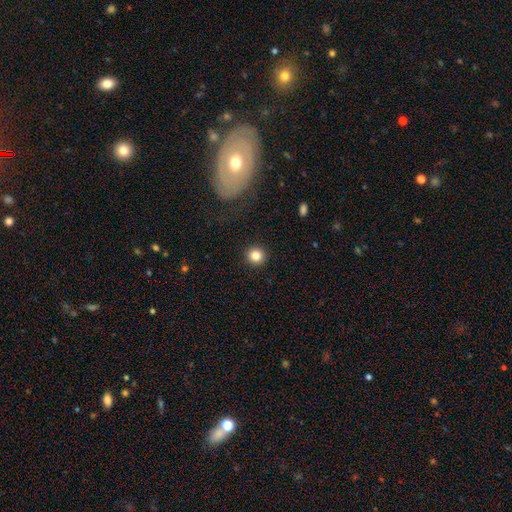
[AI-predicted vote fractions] Smooth or featured? smooth (84%)
How rounded? round (94%)
Merging? none (92%)